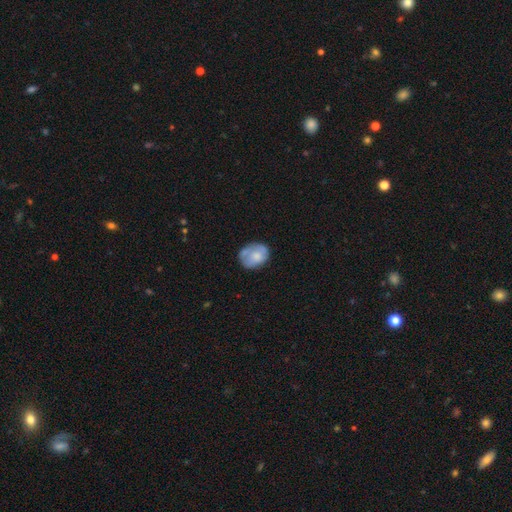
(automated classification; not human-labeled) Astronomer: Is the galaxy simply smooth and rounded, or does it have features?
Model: smooth — 63%.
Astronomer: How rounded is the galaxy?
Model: in between — 57% (runner-up: round, 42%).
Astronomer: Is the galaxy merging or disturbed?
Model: none — 56%.